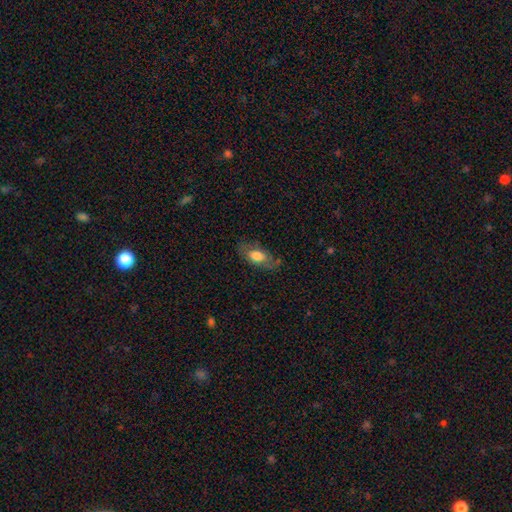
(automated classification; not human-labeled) Smooth or featured? smooth (67%)
How rounded? in between (87%)
Merging? none (69%)